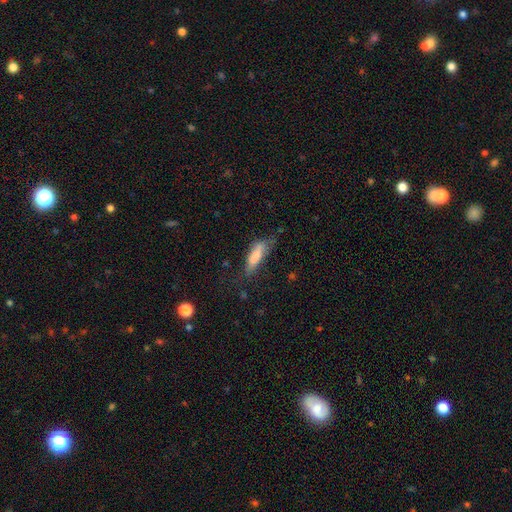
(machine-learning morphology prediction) Smooth or featured? Predicted: smooth (p=0.76). How rounded? Predicted: cigar-shaped (p=0.52). Merging? Predicted: none (p=0.48).